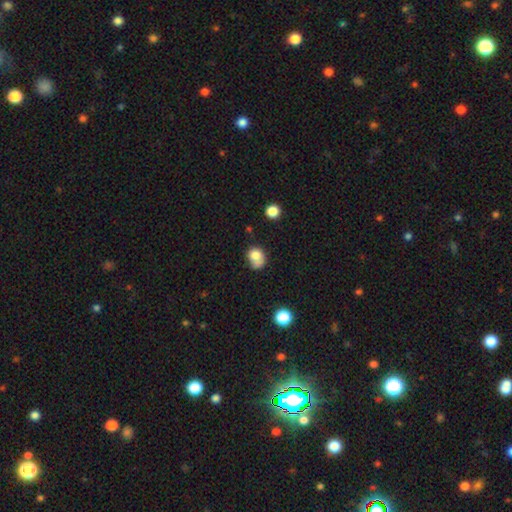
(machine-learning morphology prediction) Smooth or featured? Predicted: smooth (p=0.76). How rounded? Predicted: round (p=0.59). Merging? Predicted: none (p=0.37).